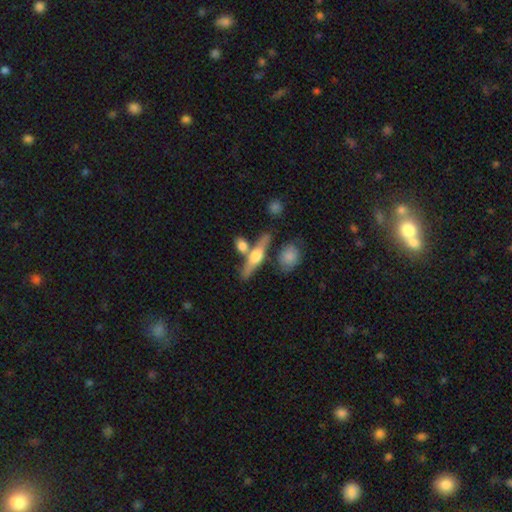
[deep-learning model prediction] Morphology: type=featured or disk (58%); edge-on=yes (92%); edge-on bulge=rounded (93%); merging=none (66%).